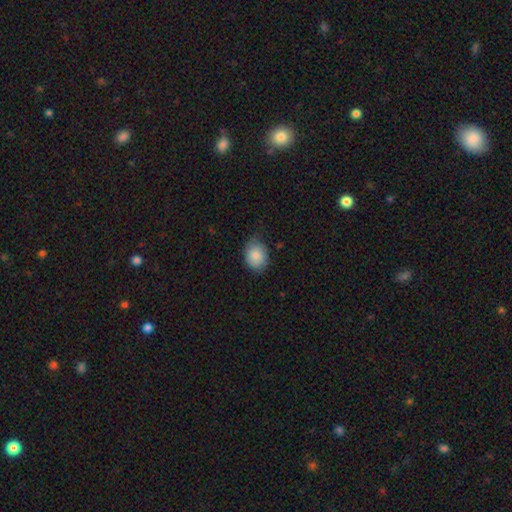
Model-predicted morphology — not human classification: Q: Smooth or featured?
A: smooth (85%); runner-up: featured or disk (8%)
Q: How rounded?
A: in between (57%); runner-up: round (42%)
Q: Merging?
A: none (70%); runner-up: minor disturbance (24%)